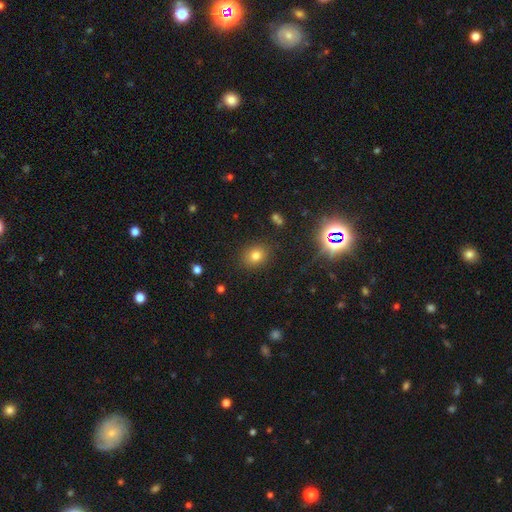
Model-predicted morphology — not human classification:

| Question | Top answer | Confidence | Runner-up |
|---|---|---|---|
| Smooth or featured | smooth | 74% | star or artifact (17%) |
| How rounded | round | 58% | in between (41%) |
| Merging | none | 86% | minor disturbance (9%) |